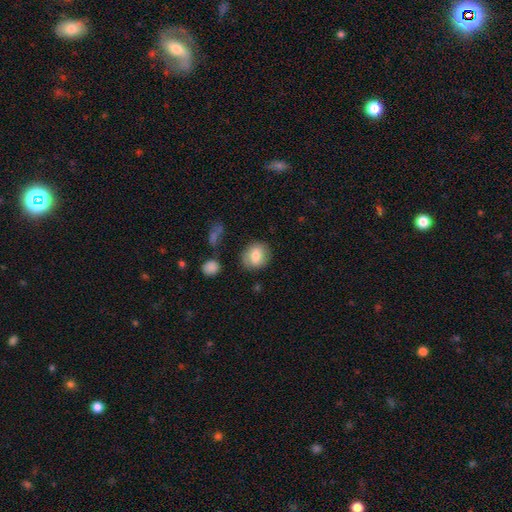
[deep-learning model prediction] smooth_or_featured: smooth (p=0.78) [alt: featured or disk p=0.14]
how_rounded: round (p=0.64) [alt: in between p=0.35]
merging: none (p=0.79) [alt: minor disturbance p=0.14]